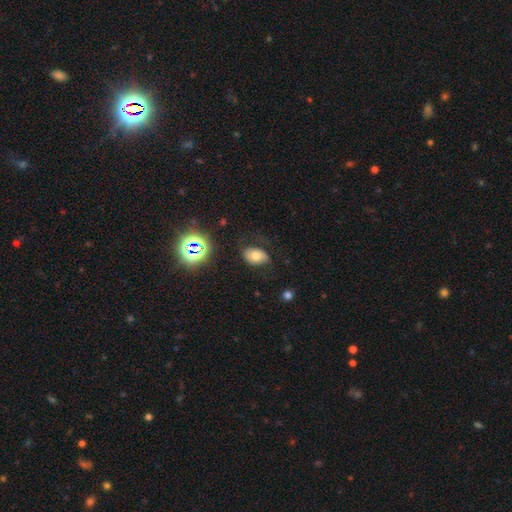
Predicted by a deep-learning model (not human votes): smooth_or_featured: smooth (p=0.64) [alt: featured or disk p=0.21]
how_rounded: in between (p=0.83) [alt: round p=0.16]
merging: none (p=0.66) [alt: minor disturbance p=0.22]